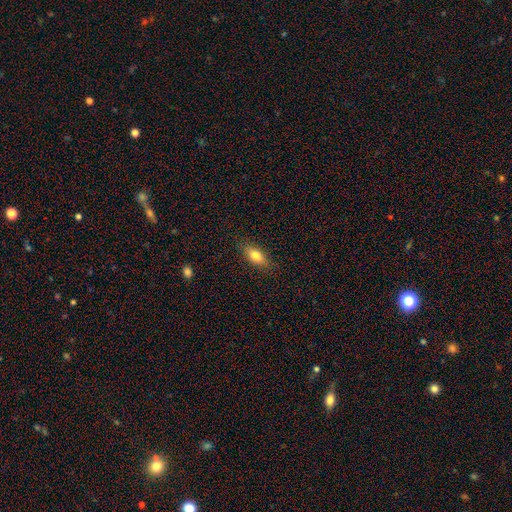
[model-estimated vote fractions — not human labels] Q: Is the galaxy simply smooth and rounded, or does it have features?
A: smooth — 78%.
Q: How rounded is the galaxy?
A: in between — 81%.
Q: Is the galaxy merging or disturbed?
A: none — 86%.